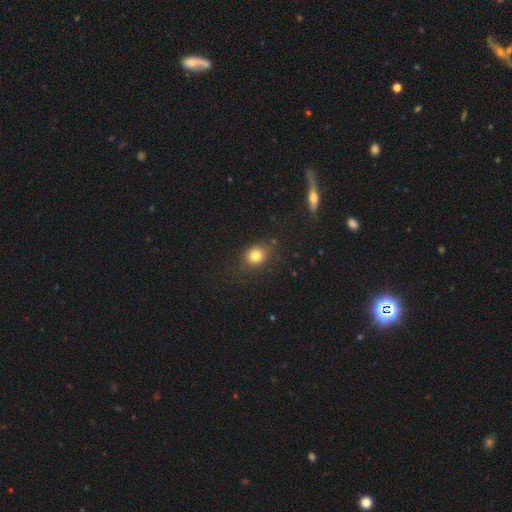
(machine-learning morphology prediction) smooth-or-featured: smooth: 79% | star or artifact: 13% | featured or disk: 8%
  how-rounded: round: 59% | in between: 39% | cigar-shaped: 1%
  merging: none: 77% | minor disturbance: 15% | major disturbance: 5% | merger: 2%